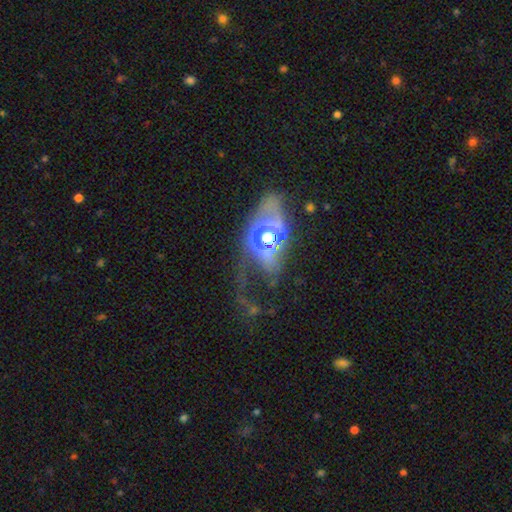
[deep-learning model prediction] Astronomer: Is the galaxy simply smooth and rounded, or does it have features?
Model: featured or disk — 71%.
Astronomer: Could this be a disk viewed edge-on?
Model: no — 90%.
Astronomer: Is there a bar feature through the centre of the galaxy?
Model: no — 70%.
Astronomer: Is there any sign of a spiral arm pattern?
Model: yes — 71%.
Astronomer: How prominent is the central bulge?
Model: large — 49% (runner-up: moderate, 32%).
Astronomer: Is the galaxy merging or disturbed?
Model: major disturbance — 50% (runner-up: none, 27%).